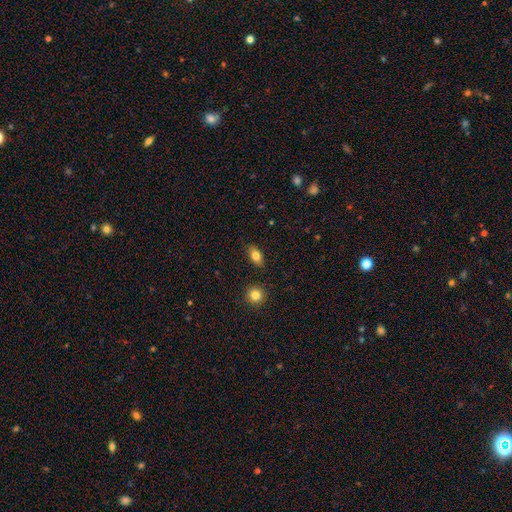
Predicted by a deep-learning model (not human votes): A smooth galaxy with no disk features (82%) that is in between round and cigar-shaped (87%).

Vote fractions:
- Smooth or featured? smooth: 82% / featured or disk: 10% / star or artifact: 9%
- How rounded? in between: 87% / round: 9% / cigar-shaped: 5%
- Merging? none: 86% / minor disturbance: 10% / major disturbance: 2% / merger: 2%